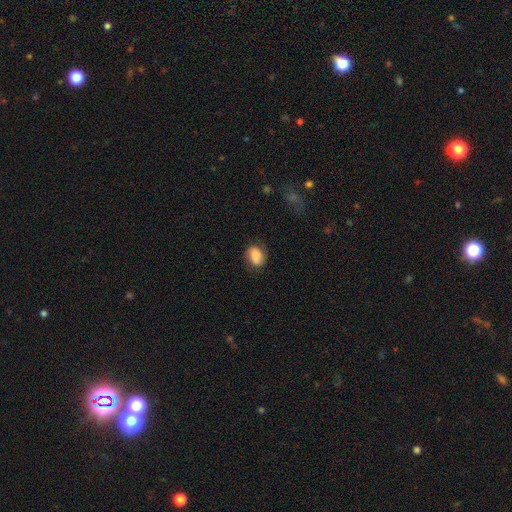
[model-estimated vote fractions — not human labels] This is likely a smooth galaxy (73%). How rounded: likely in between (68%). Merging: likely none (69%).